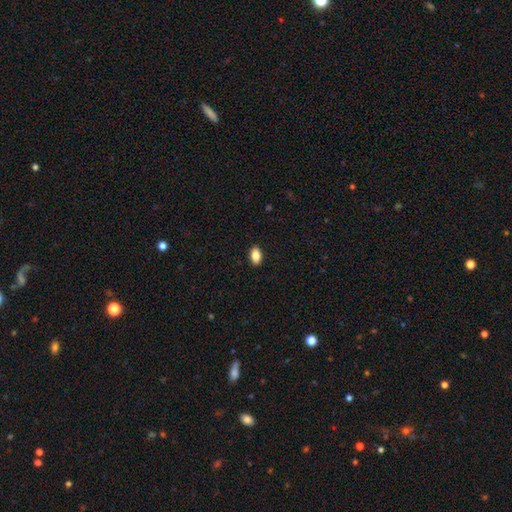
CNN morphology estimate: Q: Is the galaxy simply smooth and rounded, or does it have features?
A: smooth — 85%.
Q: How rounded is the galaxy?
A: in between — 91%.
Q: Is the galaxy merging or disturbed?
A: none — 90%.